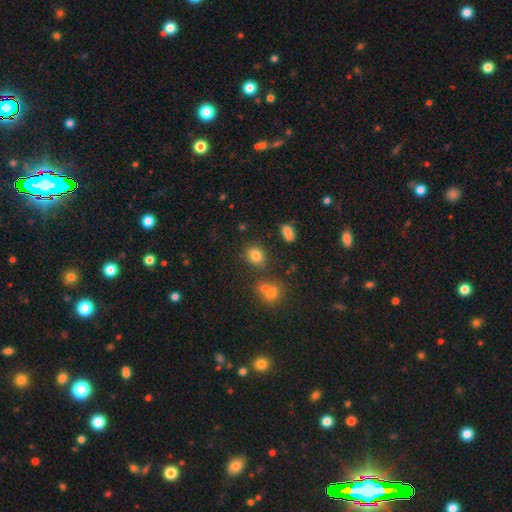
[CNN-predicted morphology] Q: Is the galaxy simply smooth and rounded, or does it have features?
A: smooth — 79%.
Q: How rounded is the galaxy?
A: round — 61%.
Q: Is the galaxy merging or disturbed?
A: none — 76%.